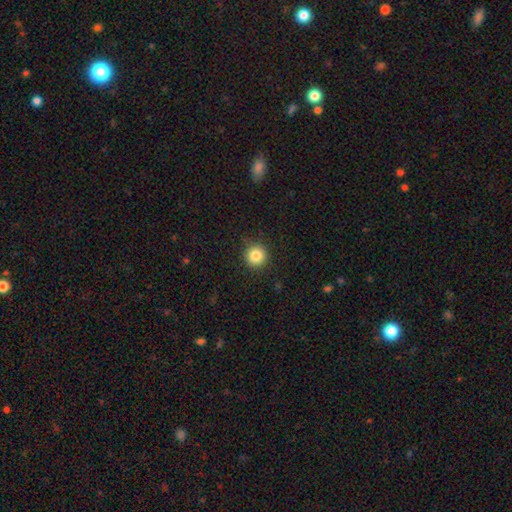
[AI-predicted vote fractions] Overall: smooth (84%). How rounded: round (95%). Merging: none (90%).